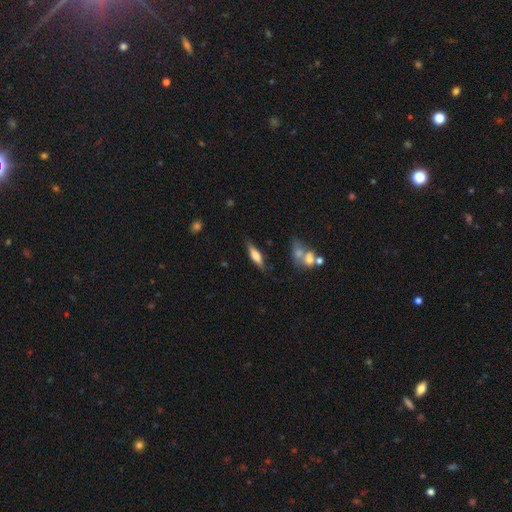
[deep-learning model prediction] smooth 55%, featured or disk 38%, star or artifact 7%. Down the decision tree: how rounded — cigar-shaped (54%); merging — none (78%).